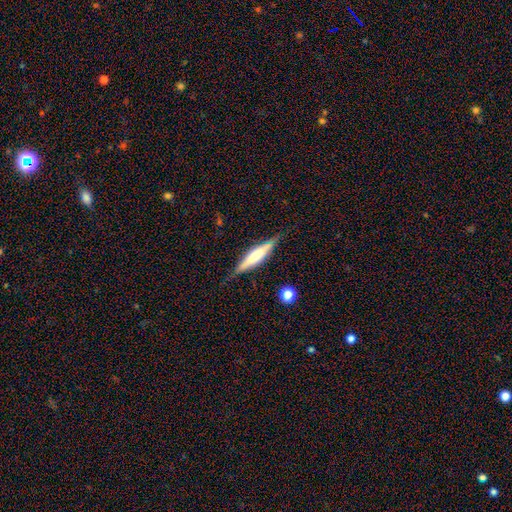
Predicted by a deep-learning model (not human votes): Smooth or featured? featured or disk (54%)
Edge-on disk? yes (94%)
Edge-on bulge? rounded (44%)
Merging? none (81%)